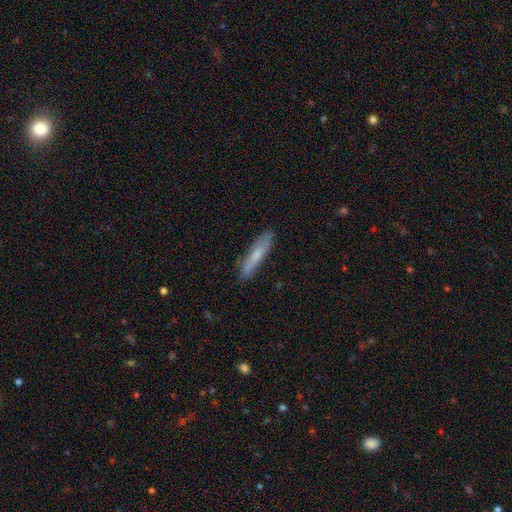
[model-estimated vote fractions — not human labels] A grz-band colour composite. It shows a smooth galaxy with no disk features (67%) that is cigar-shaped (85%). Merging: none (80%).